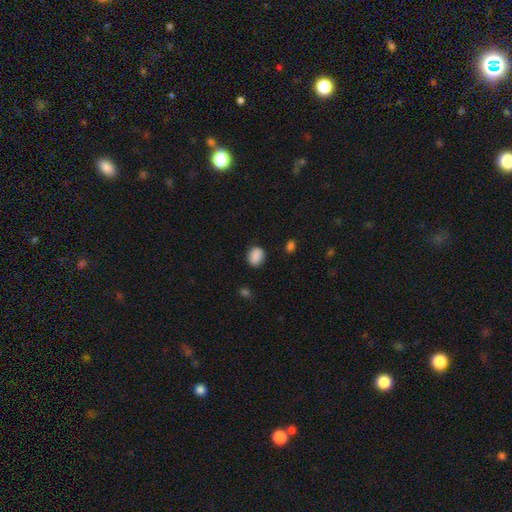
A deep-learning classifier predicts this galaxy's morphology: smooth-or-featured: smooth: 87% | star or artifact: 8% | featured or disk: 5%
  how-rounded: round: 53% | in between: 45% | cigar-shaped: 1%
  merging: none: 82% | minor disturbance: 13% | major disturbance: 3% | merger: 2%